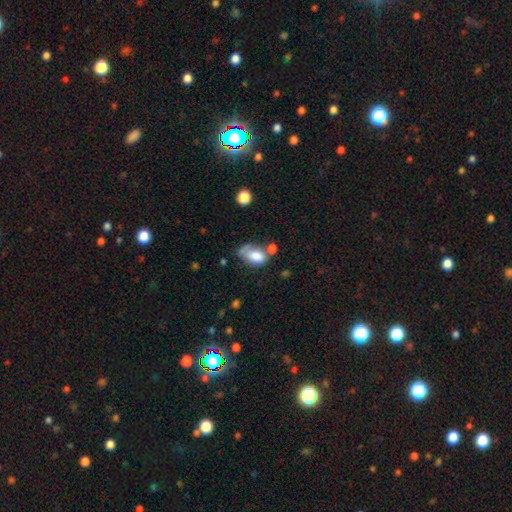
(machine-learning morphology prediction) smooth_or_featured: smooth (p=0.77) [alt: featured or disk p=0.15]
how_rounded: in between (p=0.90) [alt: round p=0.09]
merging: none (p=0.32) [alt: minor disturbance p=0.28]